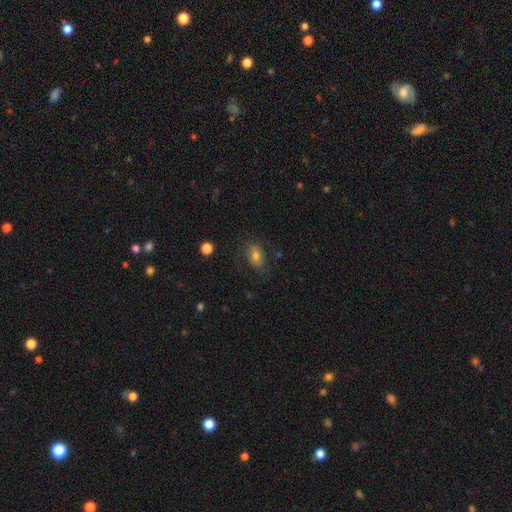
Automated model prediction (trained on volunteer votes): This appears to be a smooth galaxy with no disk features (65%) that is in between round and cigar-shaped (81%). Merging: none (76%).